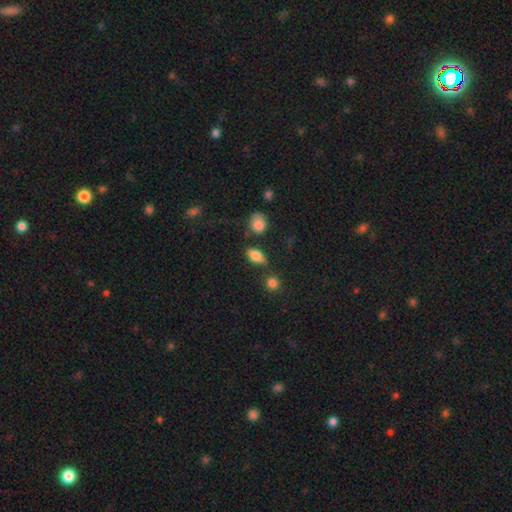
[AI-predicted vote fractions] Overall: smooth (80%). How rounded: in between (85%). Merging: none (71%).